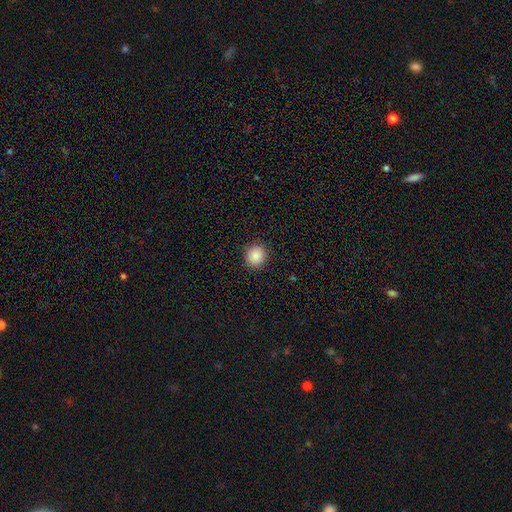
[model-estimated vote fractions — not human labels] A smooth galaxy with no disk features (87%) that is round (89%).

Vote fractions:
- Smooth or featured? smooth: 87% / star or artifact: 9% / featured or disk: 4%
- How rounded? round: 89% / in between: 10% / cigar-shaped: 1%
- Merging? none: 90% / minor disturbance: 7% / major disturbance: 2% / merger: 1%